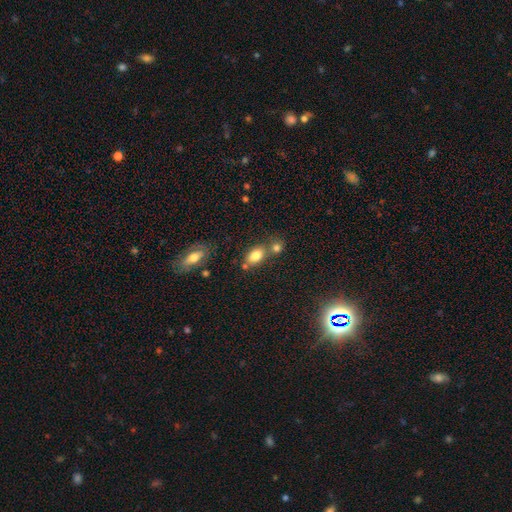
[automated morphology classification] Smooth or featured? smooth (80%)
How rounded? in between (82%)
Merging? none (52%)